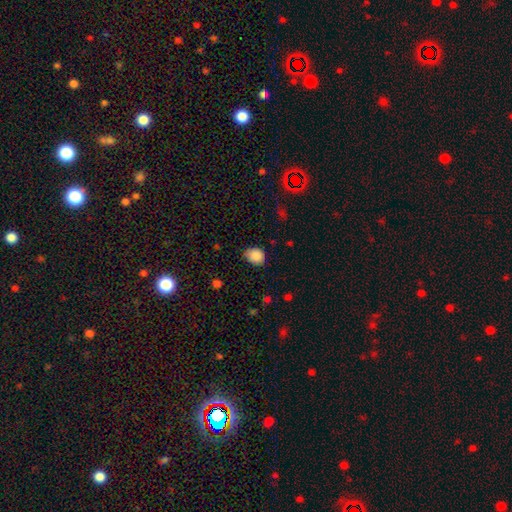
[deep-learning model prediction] A smooth galaxy with no disk features (87%) that is round (60%). Merging: none (71%).